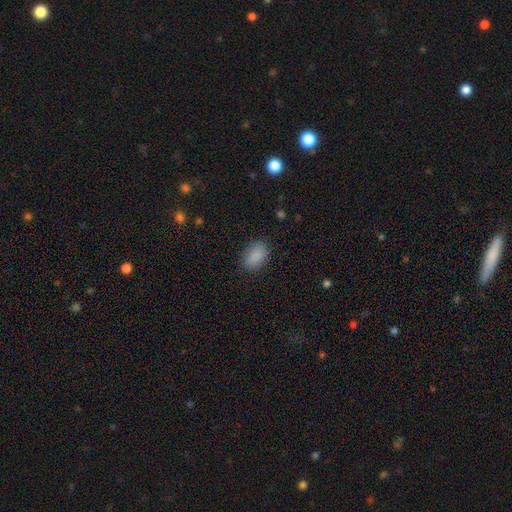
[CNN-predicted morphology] A smooth galaxy with no disk features (88%) that is in between round and cigar-shaped (89%). Merging: none (85%).